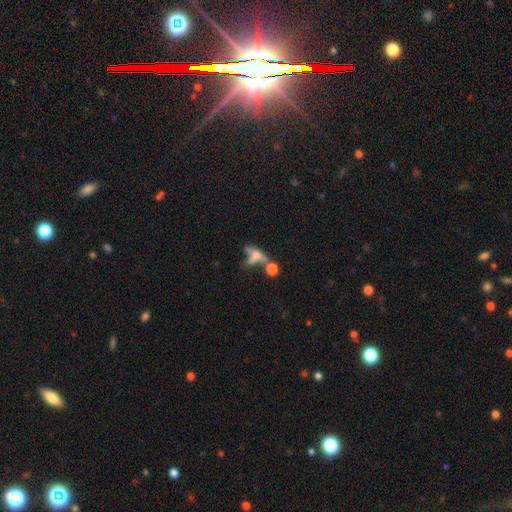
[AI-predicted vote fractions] The model was most divided on "smooth or featured": smooth: 47%, featured or disk: 36%, star or artifact: 17%. Remaining: merging — merger (38%).